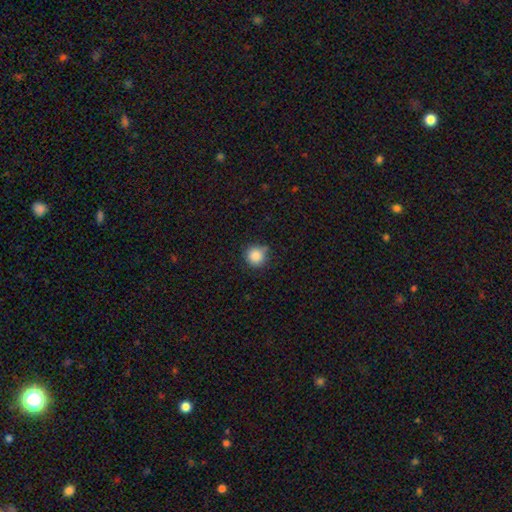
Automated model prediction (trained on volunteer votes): Morphology: type=smooth (86%); roundness=round (94%); merging=none (75%).